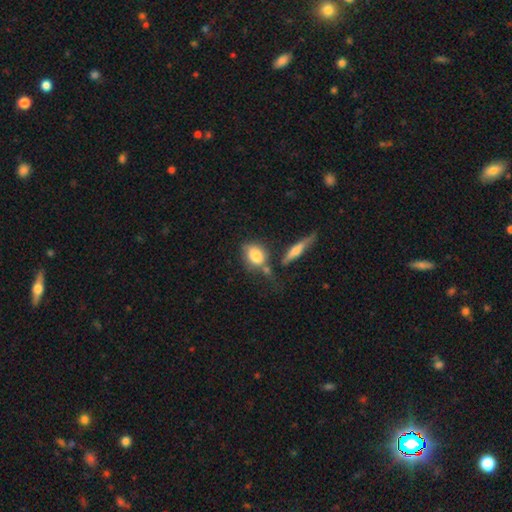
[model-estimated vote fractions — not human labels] A smooth galaxy with no disk features (78%) that is in between round and cigar-shaped (68%). Merging: none (54%).